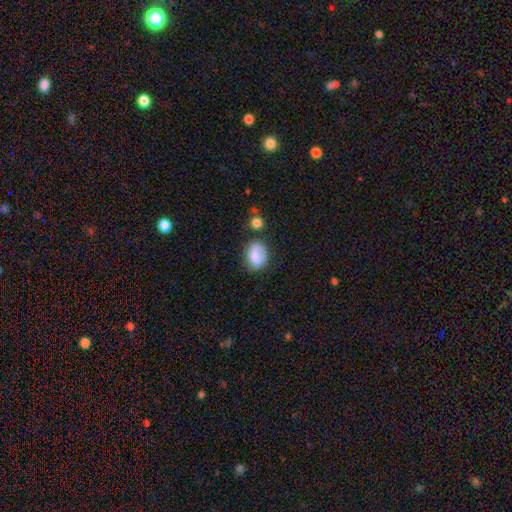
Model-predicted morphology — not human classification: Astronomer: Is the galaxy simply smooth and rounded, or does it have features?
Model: smooth — 77%.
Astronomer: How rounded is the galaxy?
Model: in between — 62%.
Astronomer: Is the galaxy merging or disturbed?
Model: none — 54%.